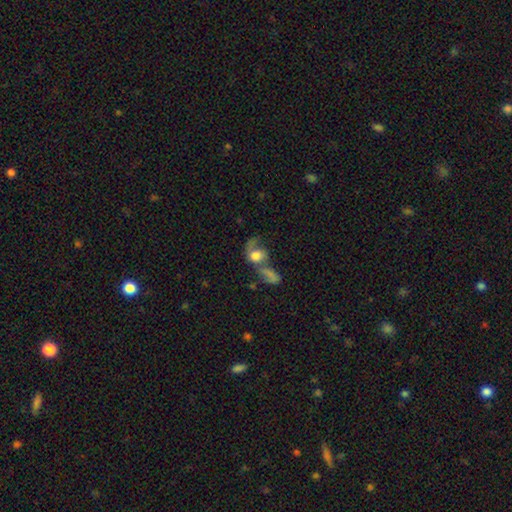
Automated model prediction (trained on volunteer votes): This appears to be a smooth galaxy with no disk features (52%) that is in between round and cigar-shaped (53%). Merging: merger (52%).